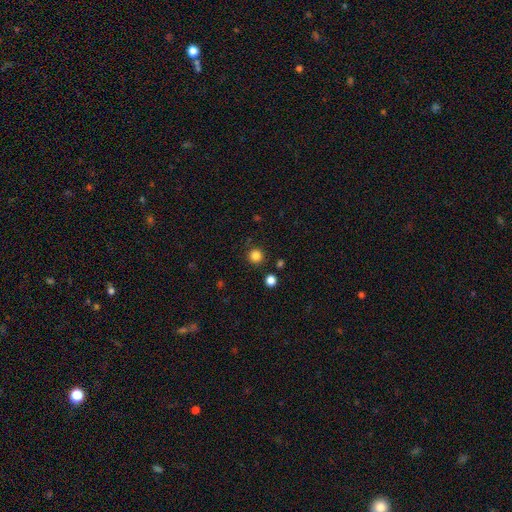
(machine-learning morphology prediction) A smooth galaxy with no disk features (84%) that is round (95%). Merging: none (89%).